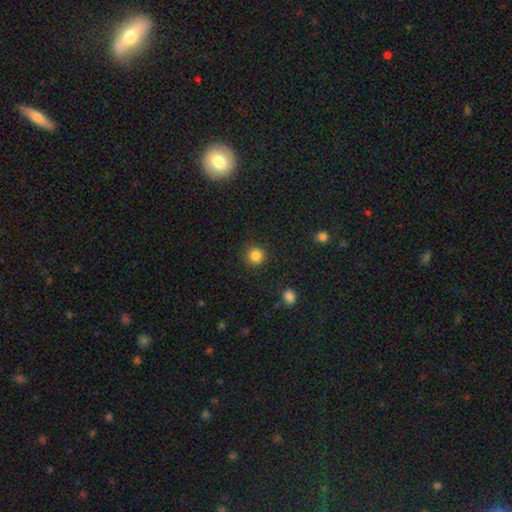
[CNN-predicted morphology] Smooth or featured? smooth (84%)
How rounded? round (94%)
Merging? none (90%)